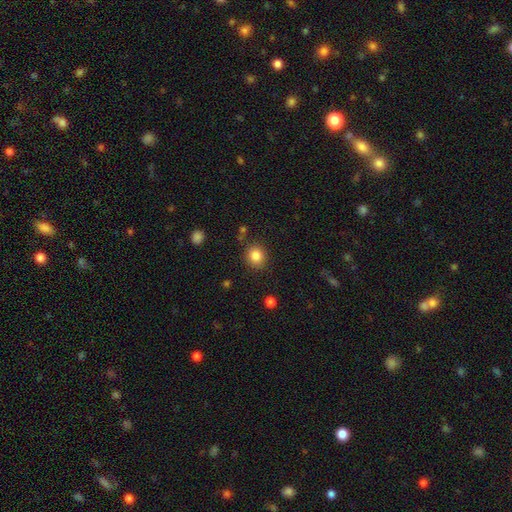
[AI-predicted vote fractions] Smooth or featured: smooth — 84% (star or artifact — 11%)
How rounded: round — 83% (in between — 17%)
Merging: none — 85% (minor disturbance — 9%)